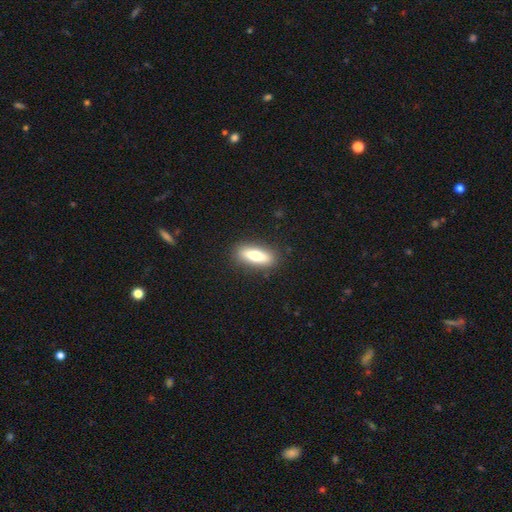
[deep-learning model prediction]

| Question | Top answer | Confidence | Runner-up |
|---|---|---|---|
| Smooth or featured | smooth | 66% | featured or disk (27%) |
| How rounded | in between | 56% | cigar-shaped (41%) |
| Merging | none | 88% | minor disturbance (9%) |